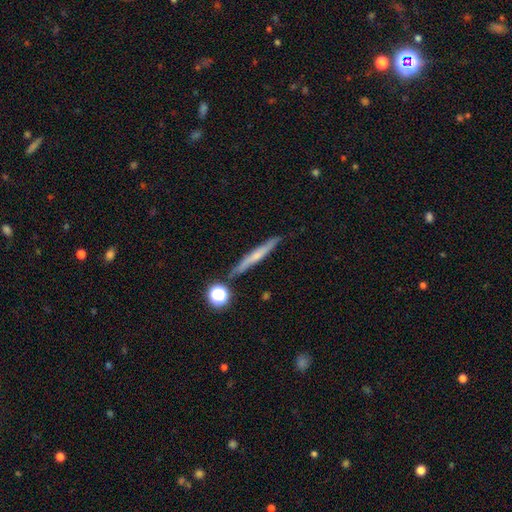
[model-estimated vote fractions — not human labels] Smooth or featured? featured or disk (46%)
Merging? none (83%)